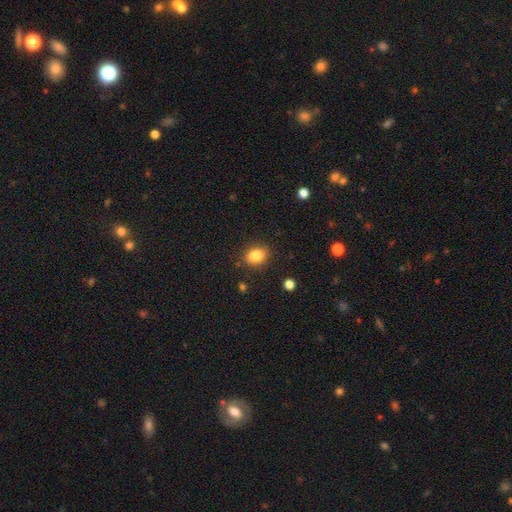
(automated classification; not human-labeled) A smooth galaxy with no disk features (84%) that is in between round and cigar-shaped (62%). Merging: none (87%).